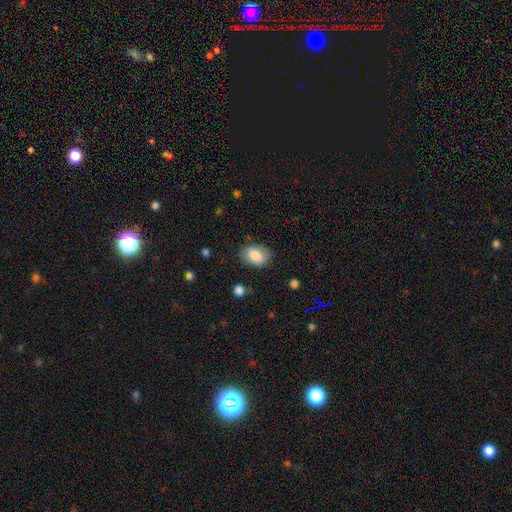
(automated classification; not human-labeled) A smooth galaxy with no disk features (81%) that is in between round and cigar-shaped (83%). Merging: none (76%).